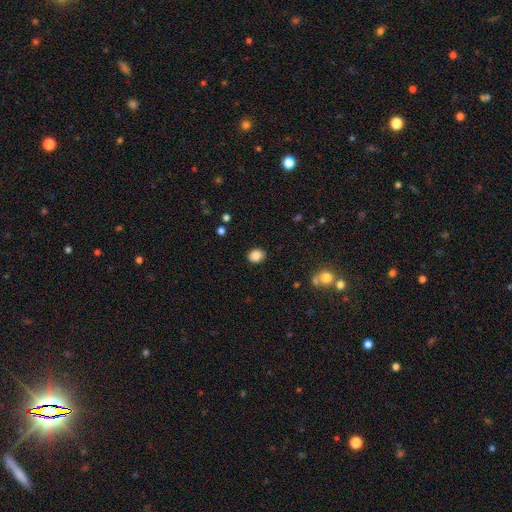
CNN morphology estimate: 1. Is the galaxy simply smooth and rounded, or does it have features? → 87% smooth, 10% star or artifact, 4% featured or disk.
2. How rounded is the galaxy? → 58% round, 41% in between, 1% cigar-shaped.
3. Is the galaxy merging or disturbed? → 86% none, 10% minor disturbance, 3% major disturbance, 1% merger.